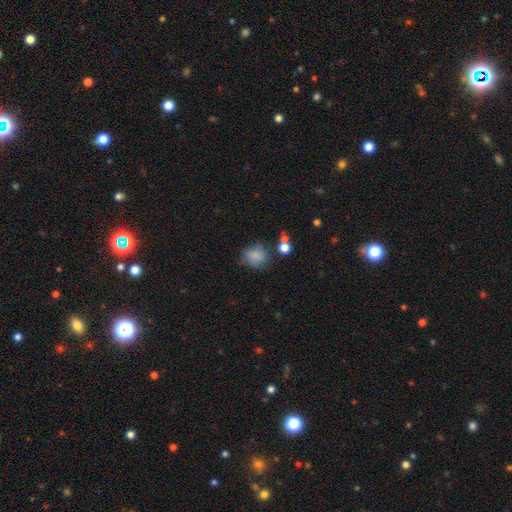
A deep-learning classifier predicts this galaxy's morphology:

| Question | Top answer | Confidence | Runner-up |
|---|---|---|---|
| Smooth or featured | smooth | 77% | featured or disk (12%) |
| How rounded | round | 75% | in between (24%) |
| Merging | none | 60% | minor disturbance (24%) |